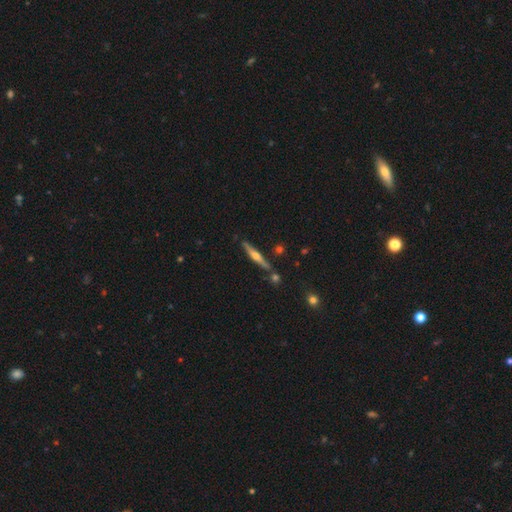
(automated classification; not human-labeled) This is likely a featured or disk galaxy (65%). It is clearly viewed edge-on (97%). Edge-on bulge: clearly rounded (87%). Merging: clearly none (81%).